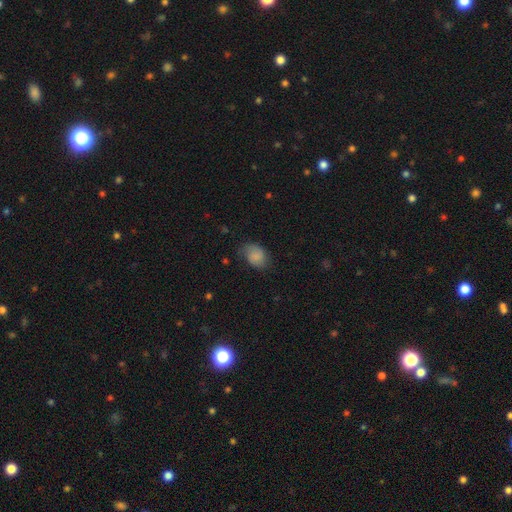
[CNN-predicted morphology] type=smooth (78%); roundness=in between (70%); merging=none (61%).